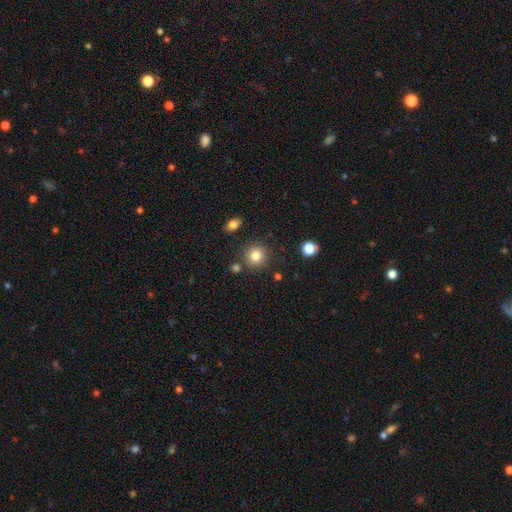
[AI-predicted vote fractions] smooth-or-featured: smooth: 83% | star or artifact: 11% | featured or disk: 7%
  how-rounded: round: 90% | in between: 9% | cigar-shaped: 1%
  merging: none: 85% | minor disturbance: 8% | merger: 5% | major disturbance: 3%